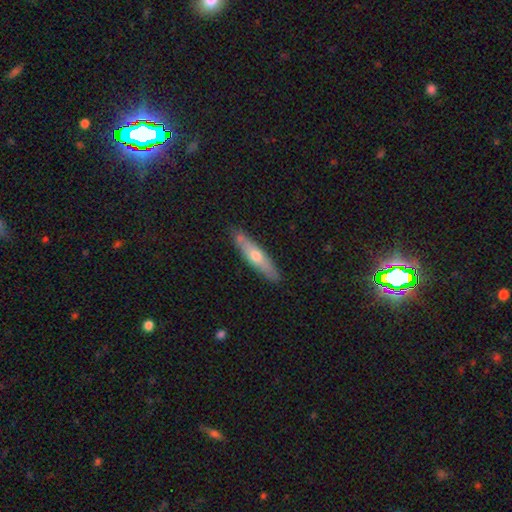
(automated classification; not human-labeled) smooth_or_featured: smooth (p=0.51) [alt: featured or disk p=0.43]
how_rounded: cigar-shaped (p=0.81) [alt: in between p=0.17]
merging: none (p=0.80) [alt: minor disturbance p=0.14]